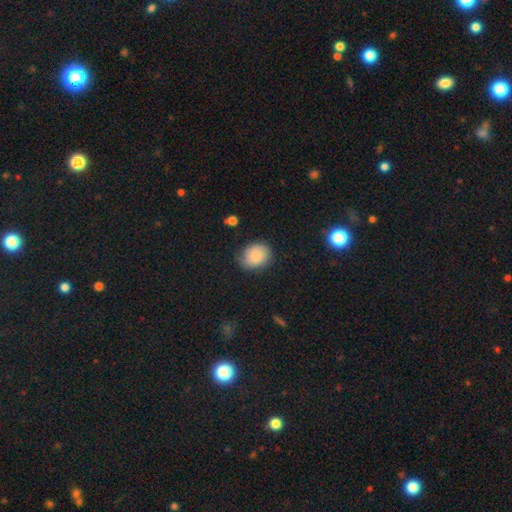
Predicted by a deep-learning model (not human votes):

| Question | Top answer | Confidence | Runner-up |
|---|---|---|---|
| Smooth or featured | smooth | 83% | featured or disk (9%) |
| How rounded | round | 50% | in between (49%) |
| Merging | none | 77% | minor disturbance (18%) |